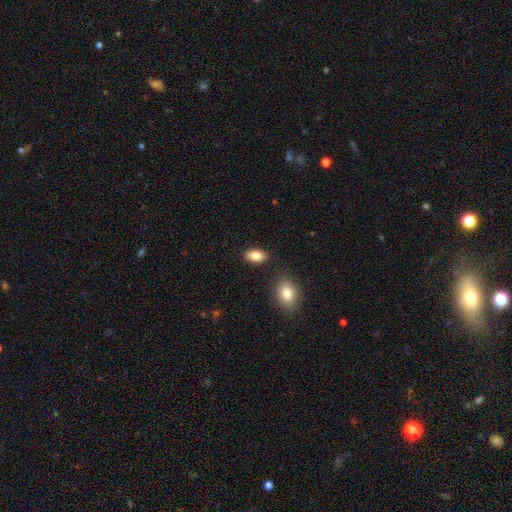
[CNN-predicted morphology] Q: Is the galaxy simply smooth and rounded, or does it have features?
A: smooth — 86%.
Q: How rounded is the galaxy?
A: in between — 92%.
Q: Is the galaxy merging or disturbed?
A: none — 84%.